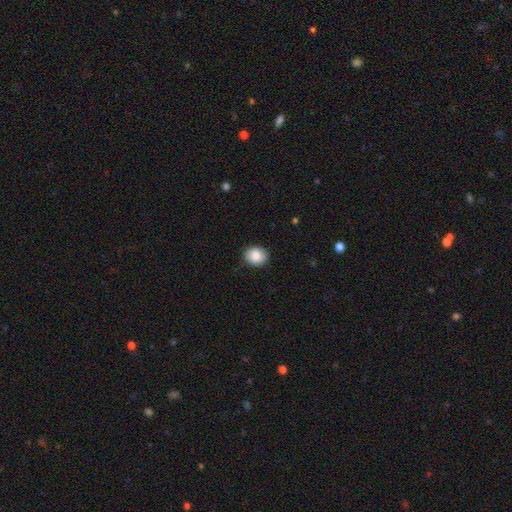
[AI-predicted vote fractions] smooth-or-featured: smooth: 86% | star or artifact: 8% | featured or disk: 6%
  how-rounded: round: 67% | in between: 32% | cigar-shaped: 1%
  merging: none: 87% | minor disturbance: 10% | major disturbance: 2% | merger: 1%